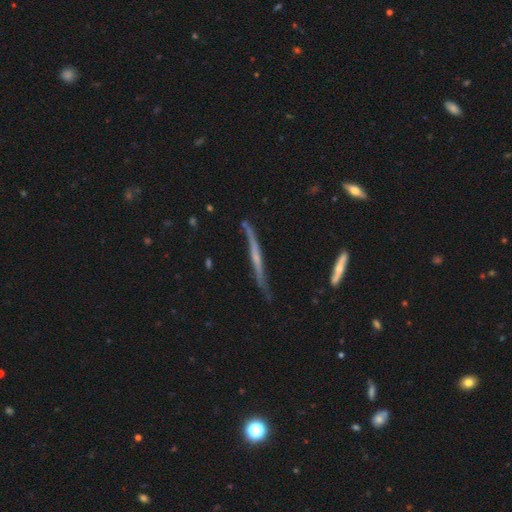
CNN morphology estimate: Smooth or featured: featured or disk — 69% (smooth — 24%)
Edge-on disk: yes — 91% (no — 9%)
Edge-on bulge: none — 64% (rounded — 25%)
Merging: none — 68% (minor disturbance — 23%)